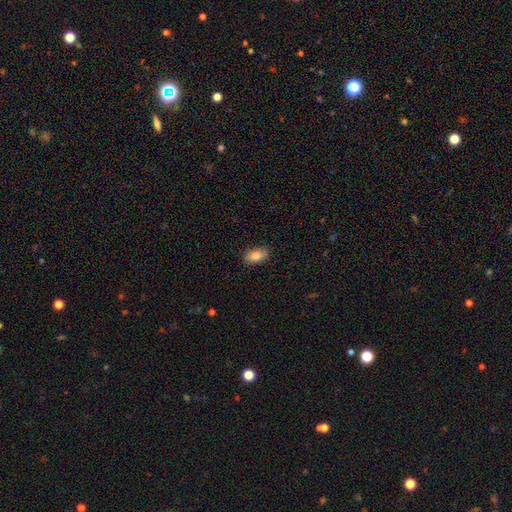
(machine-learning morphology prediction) Smooth or featured?
  - smooth: 84% *
  - featured or disk: 9%
  - star or artifact: 7%
How rounded?
  - in between: 91% *
  - round: 6%
  - cigar-shaped: 4%
Merging?
  - none: 86% *
  - minor disturbance: 11%
  - major disturbance: 2%
  - merger: 1%